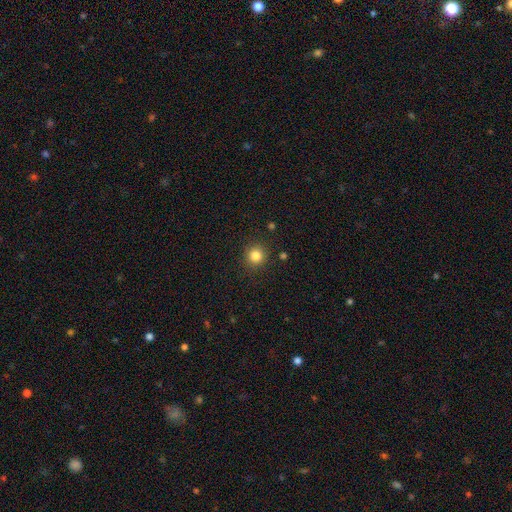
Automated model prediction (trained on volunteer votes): A smooth galaxy with no disk features (83%) that is round (93%). Merging: none (90%).